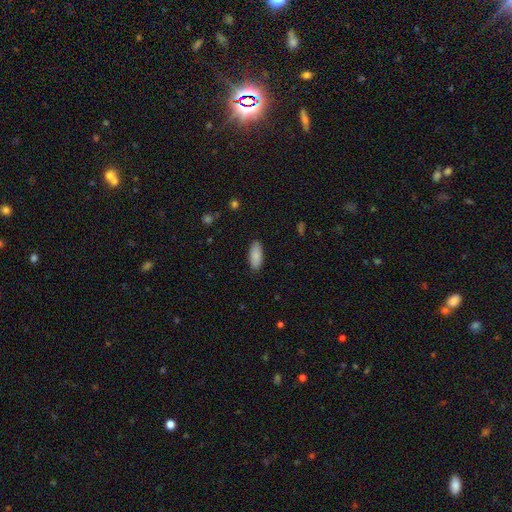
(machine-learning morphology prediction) smooth-or-featured: smooth: 88% | featured or disk: 6% | star or artifact: 6%
  how-rounded: in between: 83% | cigar-shaped: 15% | round: 2%
  merging: none: 88% | minor disturbance: 9% | major disturbance: 2% | merger: 1%